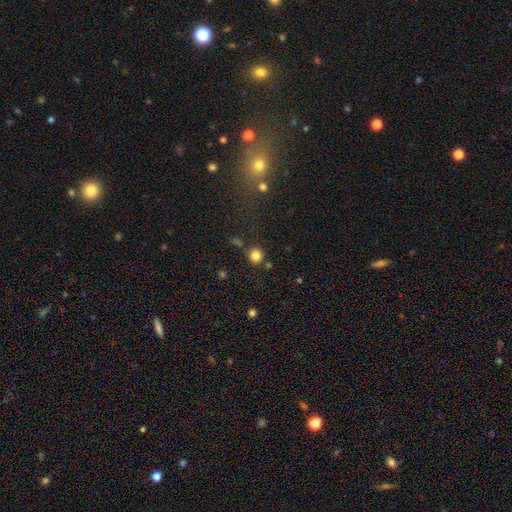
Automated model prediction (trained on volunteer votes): Smooth or featured: smooth — 82% (star or artifact — 13%)
How rounded: round — 92% (in between — 7%)
Merging: none — 82% (minor disturbance — 9%)